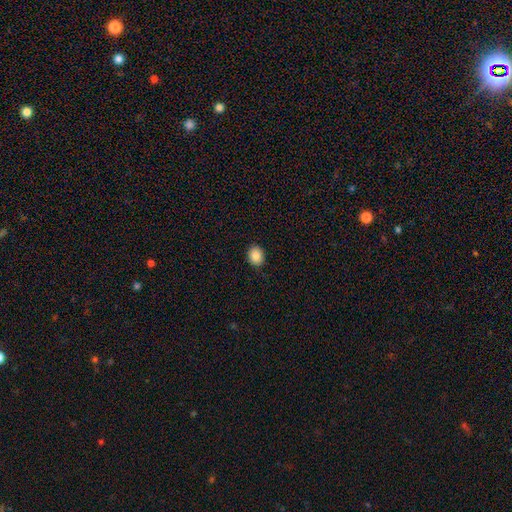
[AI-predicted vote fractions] smooth_or_featured: smooth (p=0.86) [alt: star or artifact p=0.09]
how_rounded: round (p=0.52) [alt: in between p=0.47]
merging: none (p=0.89) [alt: minor disturbance p=0.08]